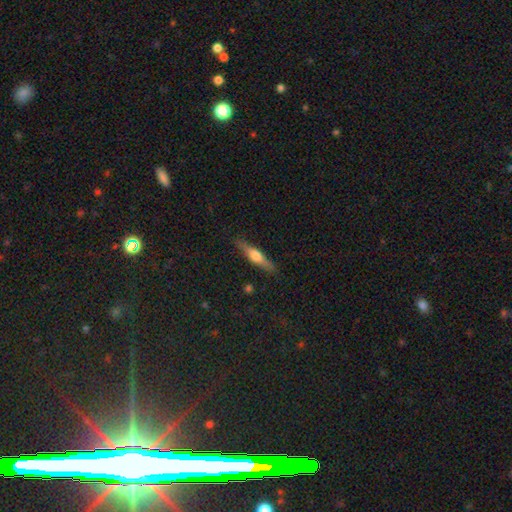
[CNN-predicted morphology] This is possibly a featured or disk galaxy (54%). It is clearly viewed edge-on (95%). Edge-on bulge: clearly rounded (85%). Merging: clearly none (87%).